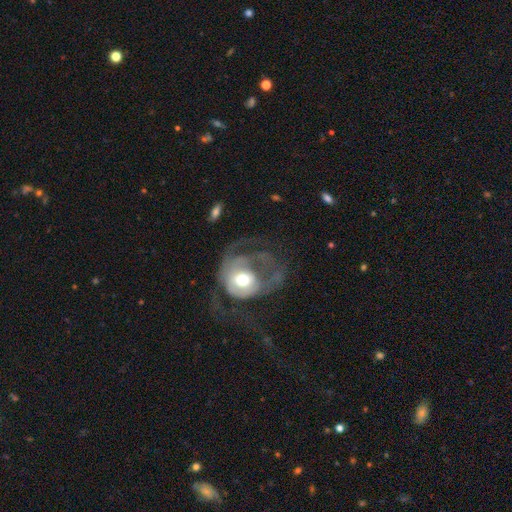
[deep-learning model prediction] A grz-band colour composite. It shows a featured or disk galaxy (65%) with no bar (74%), spiral arms (54%) and a moderate central bulge (67%). Merging: major disturbance (50%).